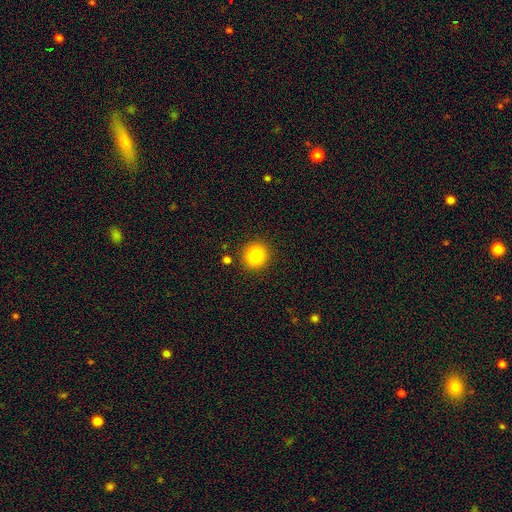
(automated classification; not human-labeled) Smooth or featured? Predicted: smooth (p=0.86). How rounded? Predicted: round (p=0.90). Merging? Predicted: none (p=0.89).